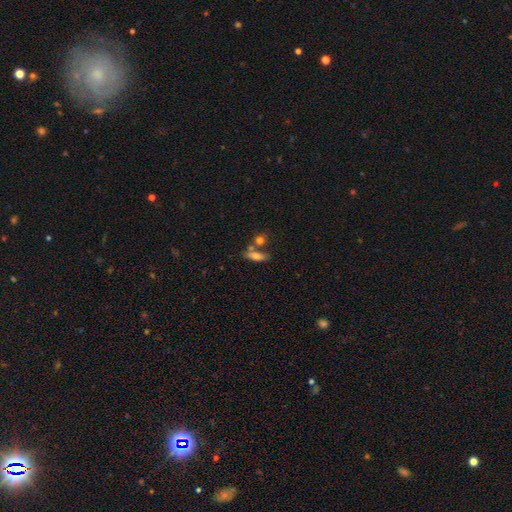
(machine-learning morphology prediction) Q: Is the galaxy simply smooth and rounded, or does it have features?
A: smooth — 68%.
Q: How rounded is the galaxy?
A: in between — 53%.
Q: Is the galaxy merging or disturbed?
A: none — 57%.